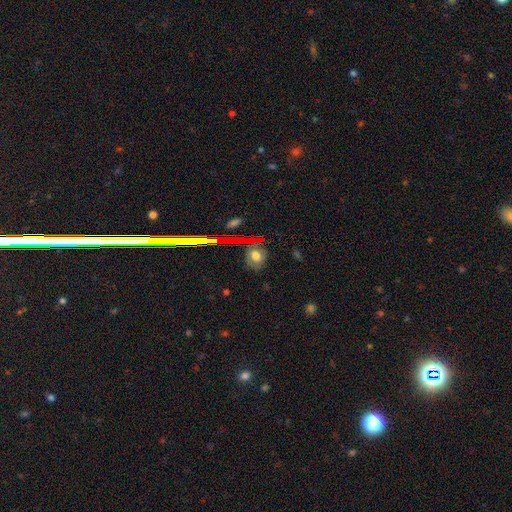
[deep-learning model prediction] Q: Smooth or featured?
A: smooth (64%); runner-up: star or artifact (19%)
Q: How rounded?
A: round (61%); runner-up: in between (37%)
Q: Merging?
A: none (72%); runner-up: minor disturbance (18%)